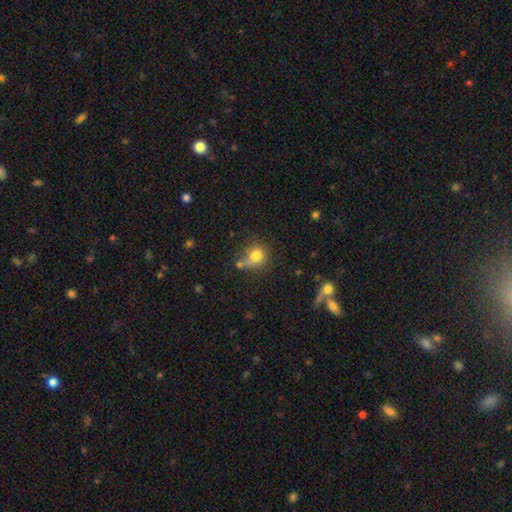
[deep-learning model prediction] A smooth galaxy with no disk features (76%) that is round (67%). Merging: none (41%).